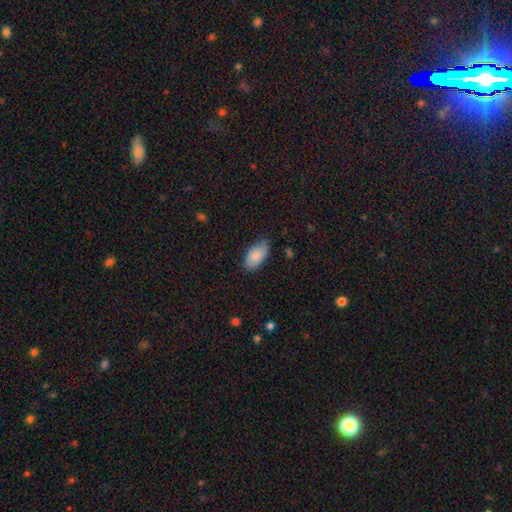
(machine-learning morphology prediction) smooth-or-featured: smooth: 86% | featured or disk: 8% | star or artifact: 6%
  how-rounded: in between: 94% | cigar-shaped: 3% | round: 3%
  merging: none: 78% | minor disturbance: 18% | major disturbance: 3% | merger: 1%